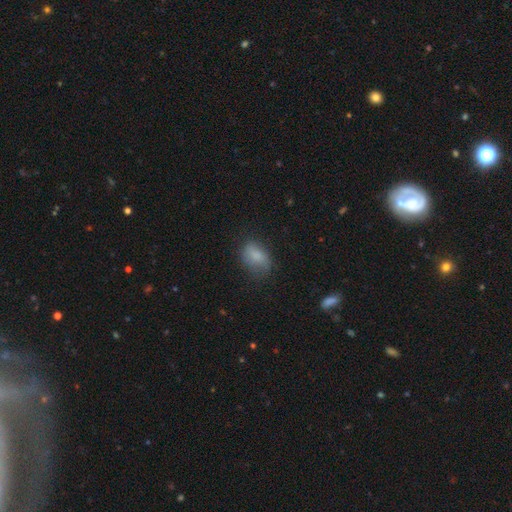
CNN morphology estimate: Overall: smooth (76%). How rounded: in between (82%). Merging: none (57%; minor disturbance 29%).